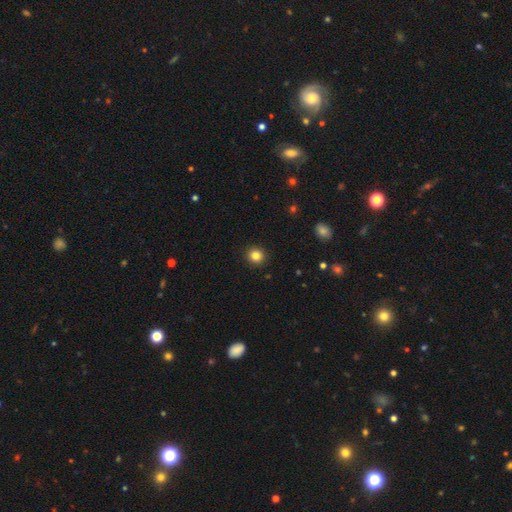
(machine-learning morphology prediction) A smooth galaxy with no disk features (84%) that is round (90%). Merging: none (93%).